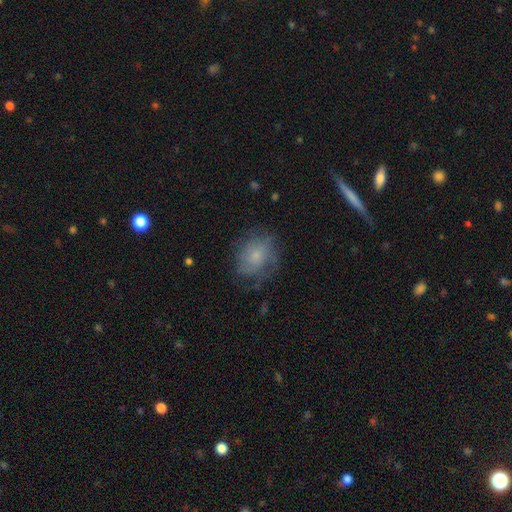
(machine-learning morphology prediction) Smooth or featured? smooth (57%)
How rounded? round (51%)
Merging? none (59%)